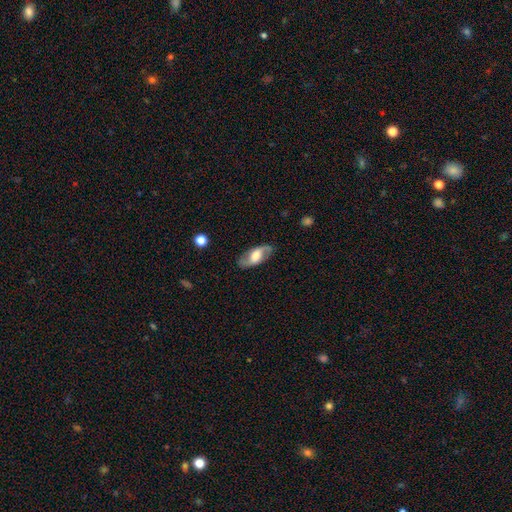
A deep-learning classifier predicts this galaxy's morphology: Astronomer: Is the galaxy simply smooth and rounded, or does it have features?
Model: featured or disk — 70%.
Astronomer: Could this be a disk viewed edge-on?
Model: no — 90%.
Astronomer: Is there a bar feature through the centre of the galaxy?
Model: weak — 42% (runner-up: no, 37%).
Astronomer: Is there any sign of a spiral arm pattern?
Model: yes — 87%.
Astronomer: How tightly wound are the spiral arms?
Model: loose — 47% (runner-up: medium, 39%).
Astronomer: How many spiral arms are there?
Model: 2 — 90%.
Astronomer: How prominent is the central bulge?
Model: large — 41% (runner-up: moderate, 40%).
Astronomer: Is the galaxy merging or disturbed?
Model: none — 82%.